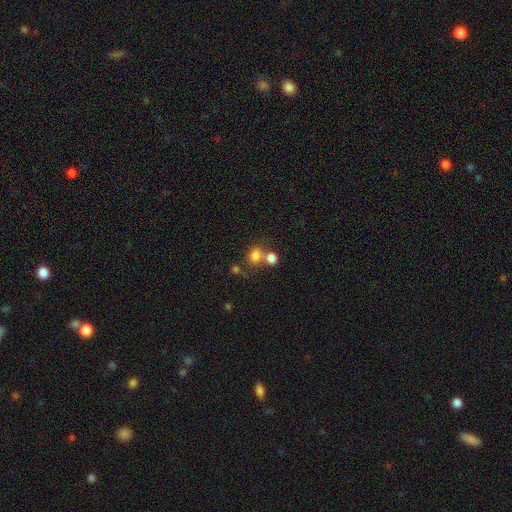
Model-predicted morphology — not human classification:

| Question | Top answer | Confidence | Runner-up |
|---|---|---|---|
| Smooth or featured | smooth | 78% | star or artifact (13%) |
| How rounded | round | 61% | in between (38%) |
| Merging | none | 44% | merger (41%) |